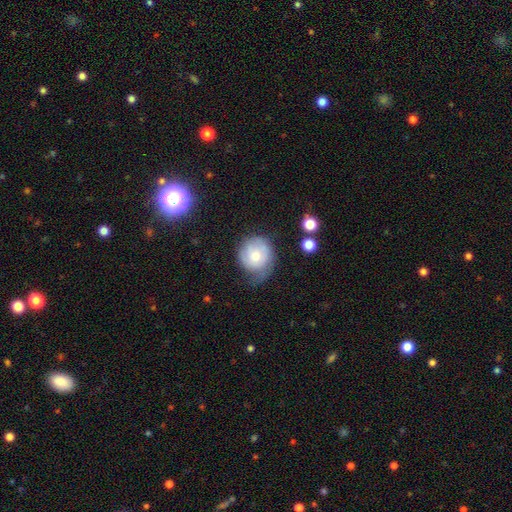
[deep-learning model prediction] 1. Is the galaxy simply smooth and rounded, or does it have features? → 58% smooth, 35% featured or disk, 7% star or artifact.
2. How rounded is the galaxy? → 82% round, 17% in between, 1% cigar-shaped.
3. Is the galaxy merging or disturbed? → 41% none, 38% minor disturbance, 18% major disturbance, 3% merger.